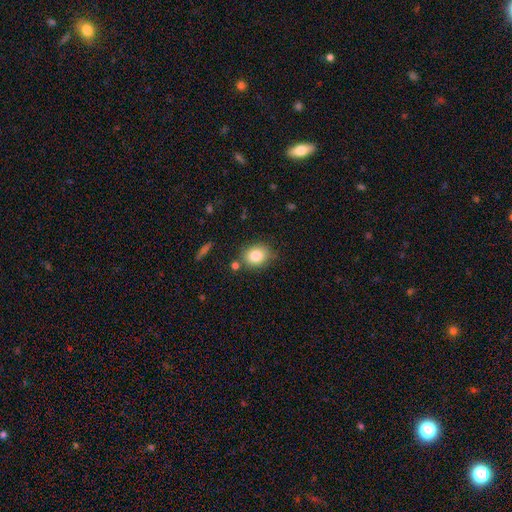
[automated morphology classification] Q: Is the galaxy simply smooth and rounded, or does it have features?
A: smooth — 83%.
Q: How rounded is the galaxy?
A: in between — 53%.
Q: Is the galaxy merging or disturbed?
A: none — 76%.